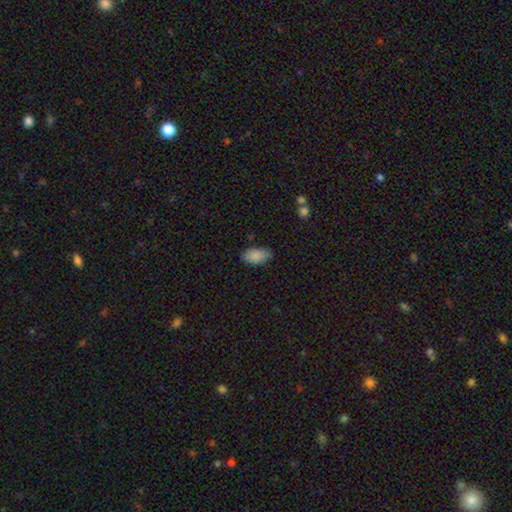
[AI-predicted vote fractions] This appears to be a smooth galaxy with no disk features (87%) that is in between round and cigar-shaped (94%). Merging: none (79%).